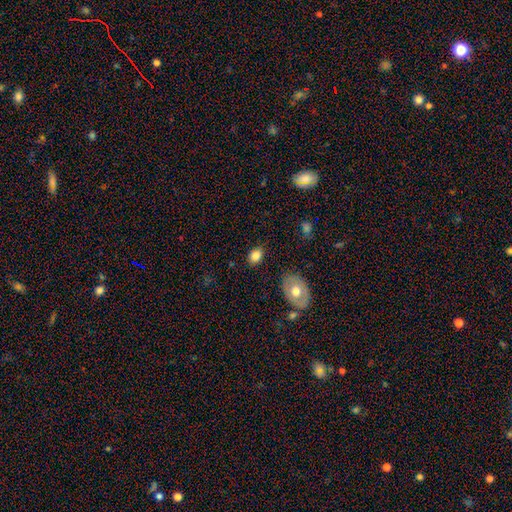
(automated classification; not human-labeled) A smooth galaxy with no disk features (81%) that is in between round and cigar-shaped (73%). Merging: none (83%).